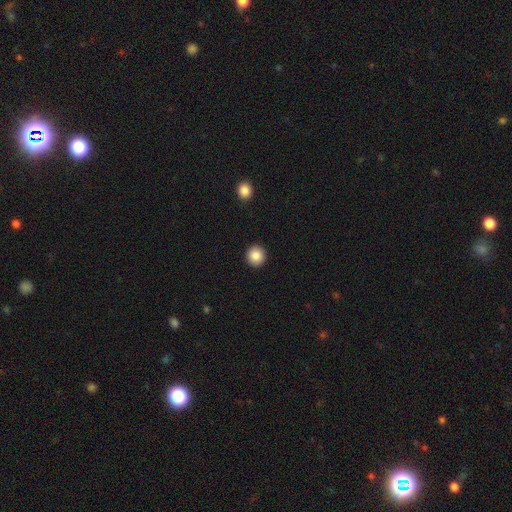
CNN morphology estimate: A smooth galaxy with no disk features (86%) that is round (94%).

Vote fractions:
- Smooth or featured? smooth: 86% / star or artifact: 9% / featured or disk: 5%
- How rounded? round: 94% / in between: 5% / cigar-shaped: 1%
- Merging? none: 93% / minor disturbance: 4% / major disturbance: 1% / merger: 1%